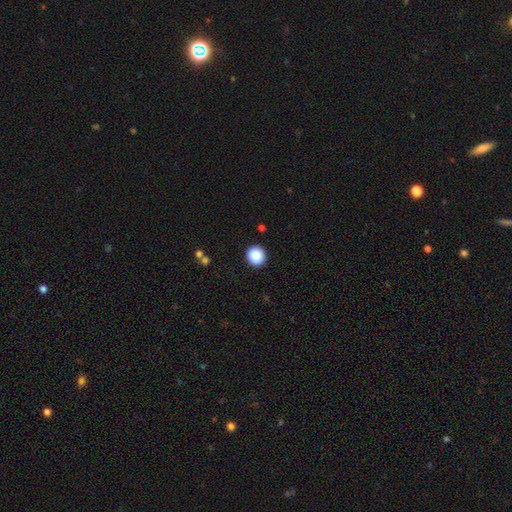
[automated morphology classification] smooth_or_featured: smooth (p=0.88) [alt: star or artifact p=0.09]
how_rounded: round (p=0.90) [alt: in between p=0.09]
merging: none (p=0.92) [alt: minor disturbance p=0.05]